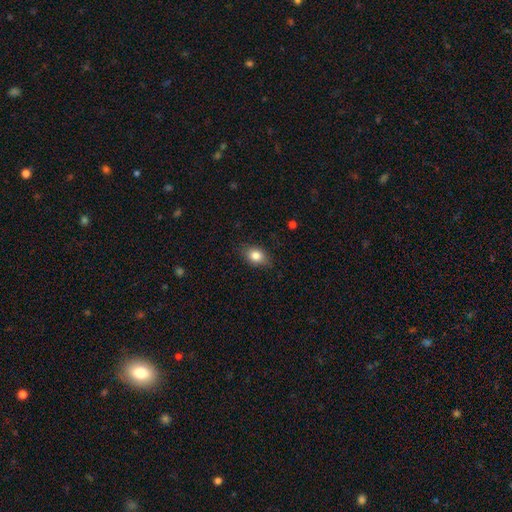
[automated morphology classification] This is clearly a smooth galaxy (83%). How rounded: likely in between (75%). Merging: clearly none (82%).